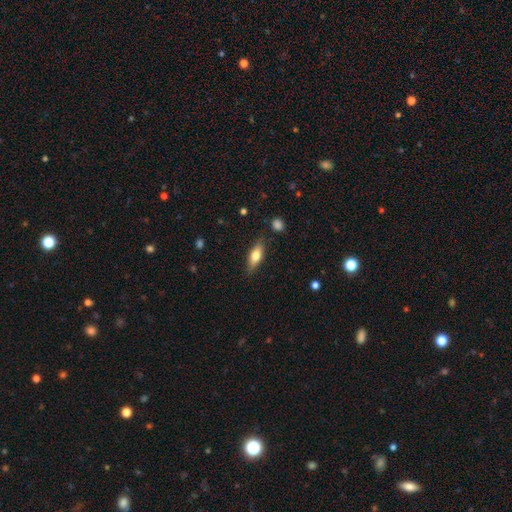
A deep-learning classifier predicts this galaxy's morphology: Smooth or featured? Predicted: smooth (p=0.65). How rounded? Predicted: in between (p=0.62). Merging? Predicted: none (p=0.82).